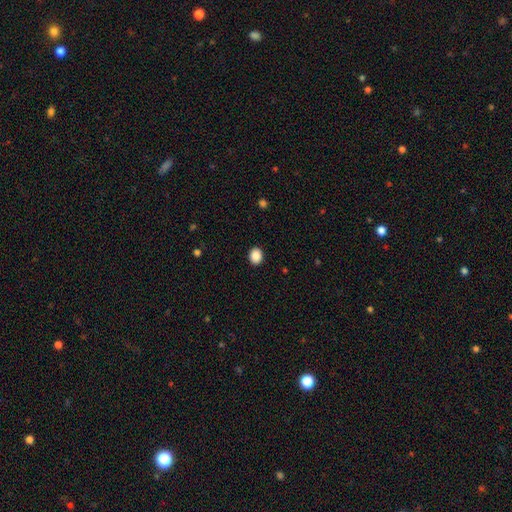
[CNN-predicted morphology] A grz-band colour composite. It shows a smooth galaxy with no disk features (89%) that is round (54%). Merging: none (92%).